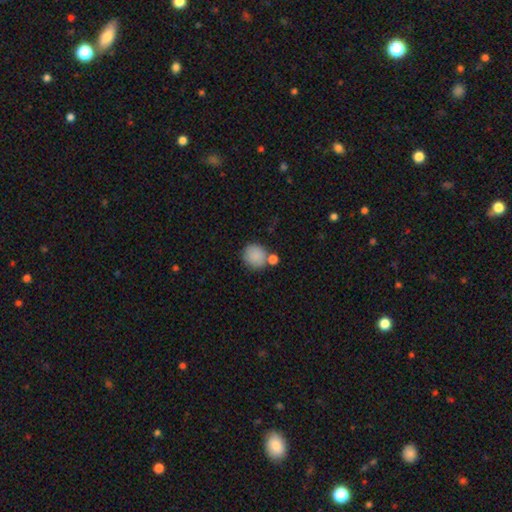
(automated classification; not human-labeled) The model was most divided on "merging": none: 67%, merger: 18%, minor disturbance: 12%, major disturbance: 4%. More confident: how rounded — round (89%); smooth or featured — smooth (86%).